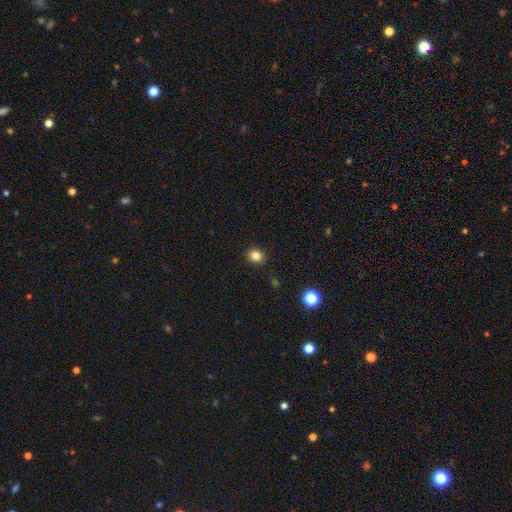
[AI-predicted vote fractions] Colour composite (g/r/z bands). It shows a smooth galaxy with no disk features (83%) that is round (76%). Merging: none (90%).